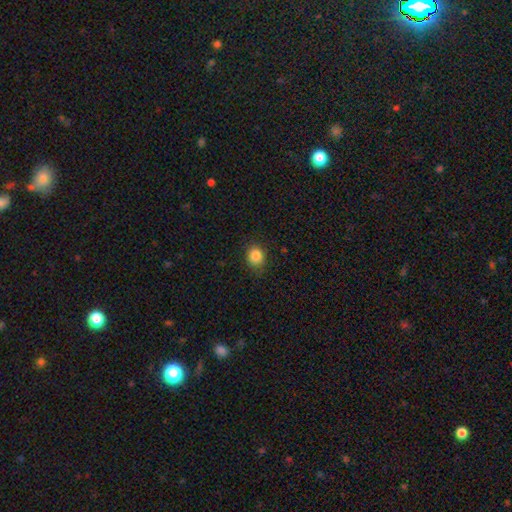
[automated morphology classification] type=smooth (85%); roundness=round (73%); merging=none (85%).